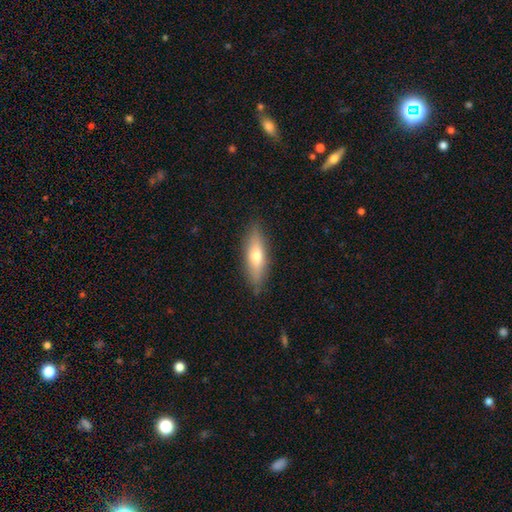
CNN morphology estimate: Smooth or featured? Predicted: smooth (p=0.60). How rounded? Predicted: cigar-shaped (p=0.56). Merging? Predicted: none (p=0.86).